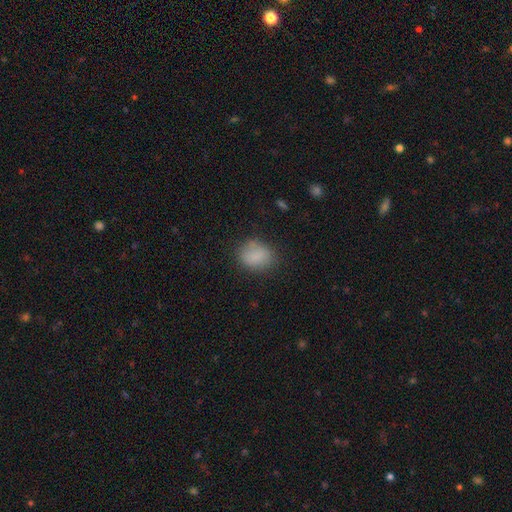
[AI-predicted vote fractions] Smooth or featured?
  - smooth: 84% *
  - star or artifact: 9%
  - featured or disk: 7%
How rounded?
  - in between: 55% *
  - round: 44%
  - cigar-shaped: 1%
Merging?
  - none: 74% *
  - minor disturbance: 19%
  - major disturbance: 5%
  - merger: 2%